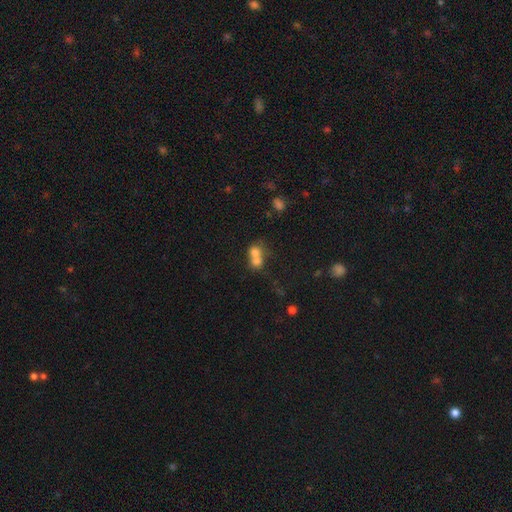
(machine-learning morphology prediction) Smooth or featured?
  - smooth: 70% *
  - featured or disk: 18%
  - star or artifact: 12%
How rounded?
  - round: 63% *
  - in between: 35%
  - cigar-shaped: 1%
Merging?
  - merger: 70% *
  - none: 21%
  - minor disturbance: 5%
  - major disturbance: 4%